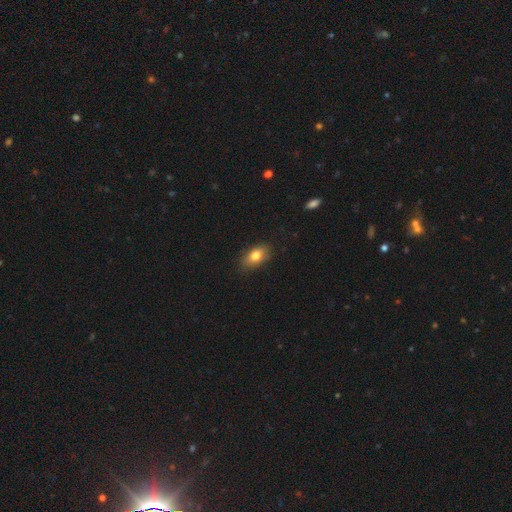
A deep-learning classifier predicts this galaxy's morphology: smooth-or-featured: smooth: 80% | featured or disk: 12% | star or artifact: 8%
  how-rounded: in between: 87% | round: 10% | cigar-shaped: 3%
  merging: none: 83% | minor disturbance: 13% | major disturbance: 3% | merger: 1%